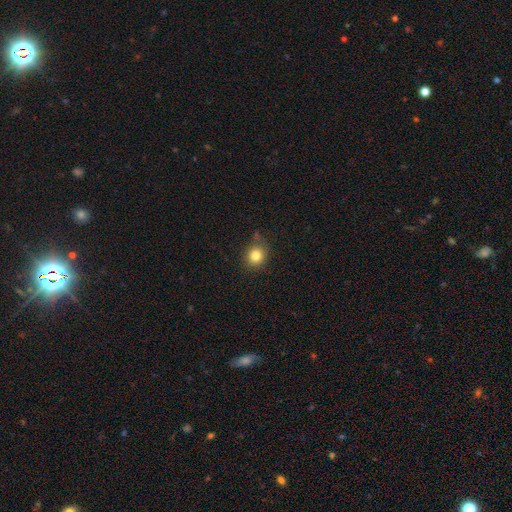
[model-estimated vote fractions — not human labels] The model was most divided on "how rounded": round: 81%, in between: 18%, cigar-shaped: 1%. More confident: smooth or featured — smooth (82%); merging — none (79%).